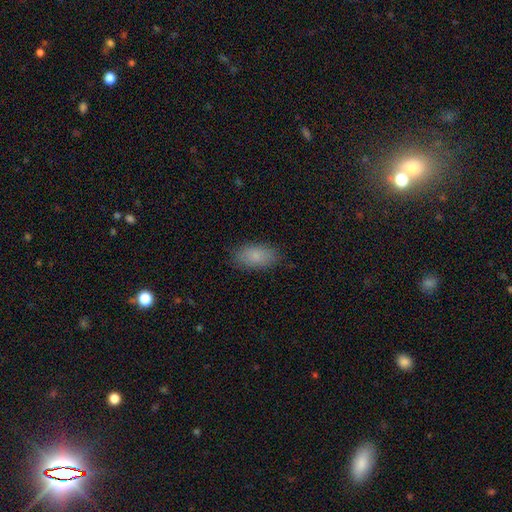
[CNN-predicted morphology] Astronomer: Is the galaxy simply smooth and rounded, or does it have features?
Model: smooth — 84%.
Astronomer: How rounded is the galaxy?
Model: in between — 92%.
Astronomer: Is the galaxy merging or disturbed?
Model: none — 86%.